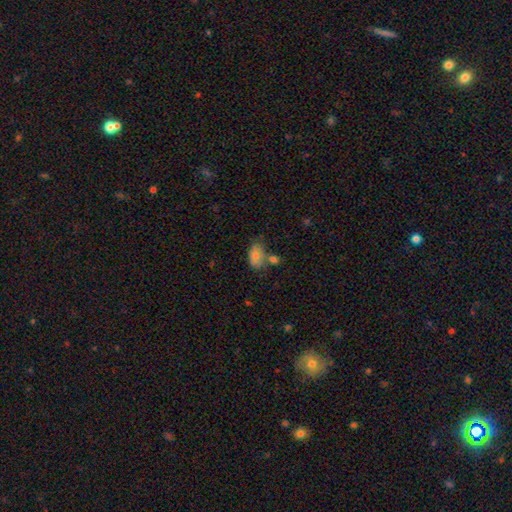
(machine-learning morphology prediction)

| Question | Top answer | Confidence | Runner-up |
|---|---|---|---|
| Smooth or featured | smooth | 79% | featured or disk (12%) |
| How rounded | in between | 89% | round (10%) |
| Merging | none | 53% | minor disturbance (22%) |